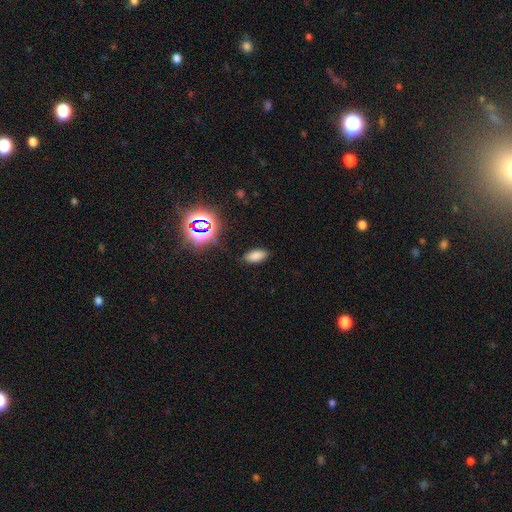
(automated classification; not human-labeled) Smooth or featured: smooth — 76% (star or artifact — 18%)
How rounded: in between — 90% (cigar-shaped — 6%)
Merging: none — 85% (minor disturbance — 11%)